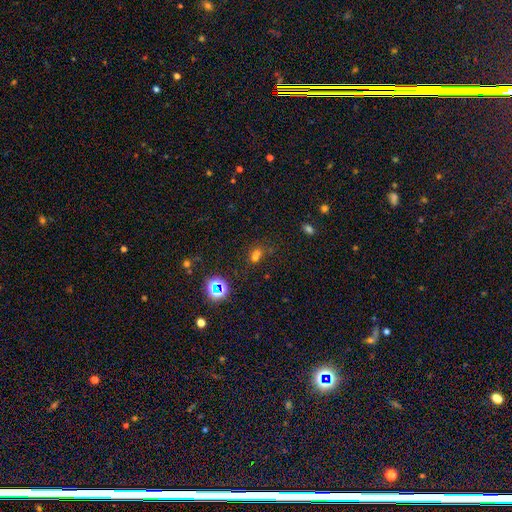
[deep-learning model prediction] Smooth or featured?
  - smooth: 54% *
  - star or artifact: 35%
  - featured or disk: 12%
How rounded?
  - round: 61% *
  - in between: 37%
  - cigar-shaped: 2%
Merging?
  - merger: 43% *
  - none: 42%
  - minor disturbance: 10%
  - major disturbance: 5%